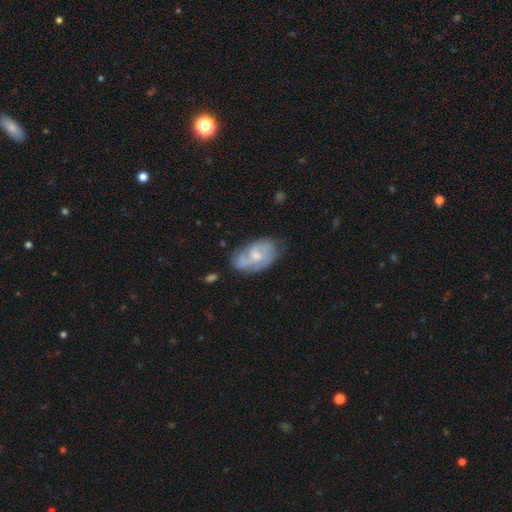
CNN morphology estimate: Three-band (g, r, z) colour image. It shows a featured or disk galaxy (73%) with no bar (59%), 2 (45%) tight (45%) spiral arms (88%) and a moderate central bulge (47%). Merging: none (64%).